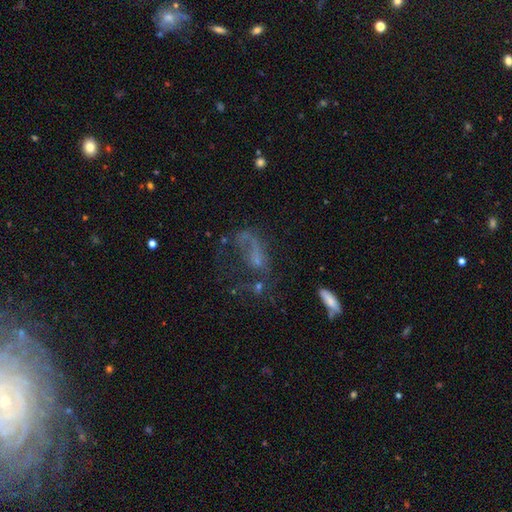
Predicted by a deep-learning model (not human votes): This is possibly a featured or disk galaxy (48%). Merging: possibly major disturbance (48%).